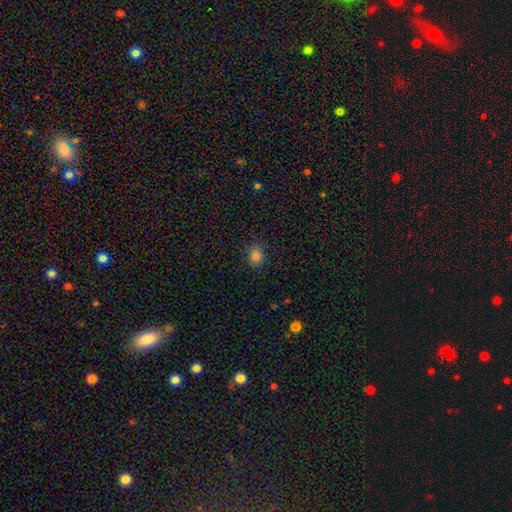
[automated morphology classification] Smooth or featured? Predicted: smooth (p=0.84). How rounded? Predicted: round (p=0.58). Merging? Predicted: none (p=0.85).